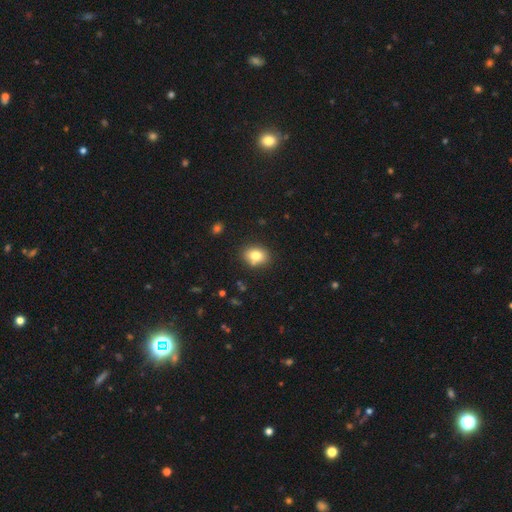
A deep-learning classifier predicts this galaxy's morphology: Q: Smooth or featured?
A: smooth (79%); runner-up: star or artifact (10%)
Q: How rounded?
A: in between (52%); runner-up: round (47%)
Q: Merging?
A: none (80%); runner-up: minor disturbance (11%)